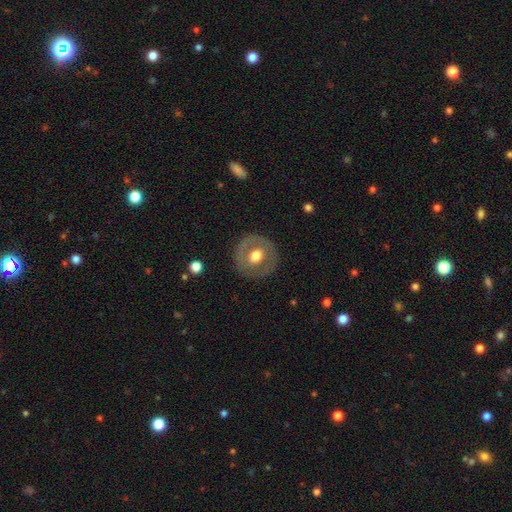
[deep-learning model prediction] smooth_or_featured: smooth (p=0.49) [alt: featured or disk p=0.45]
merging: none (p=0.84) [alt: minor disturbance p=0.10]